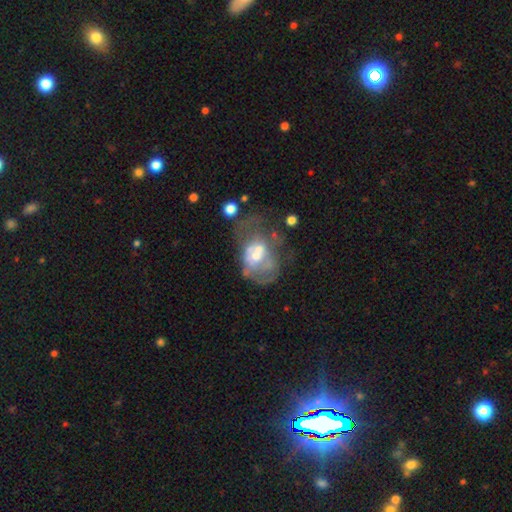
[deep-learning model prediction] This is possibly a featured or disk galaxy (59%). It is clearly not viewed edge-on (97%). Bar: clearly no (81%). Spiral arm pattern: likely no (79%). Central bulge: possibly moderate (53%). Merging: marginally merger (39%).